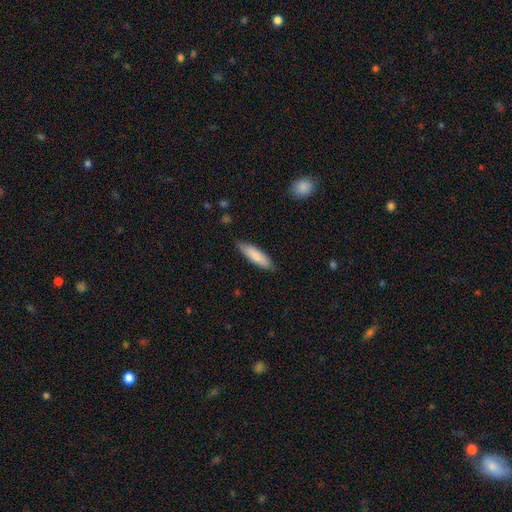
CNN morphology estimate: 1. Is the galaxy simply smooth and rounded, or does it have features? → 84% smooth, 11% featured or disk, 5% star or artifact.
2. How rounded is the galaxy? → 63% cigar-shaped, 36% in between, 1% round.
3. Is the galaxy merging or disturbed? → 82% none, 15% minor disturbance, 2% major disturbance, 1% merger.